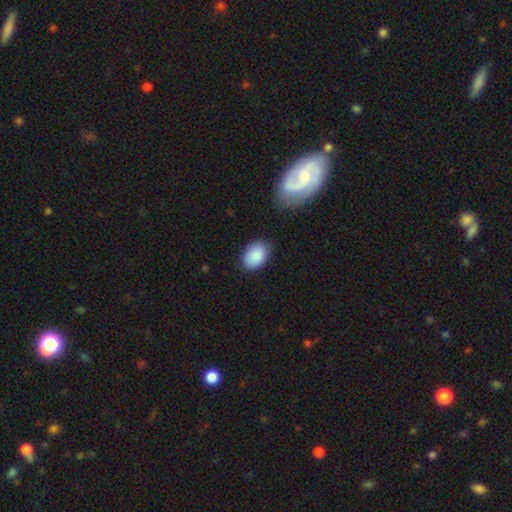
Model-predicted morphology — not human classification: Overall: smooth (88%). How rounded: in between (86%). Merging: none (82%).